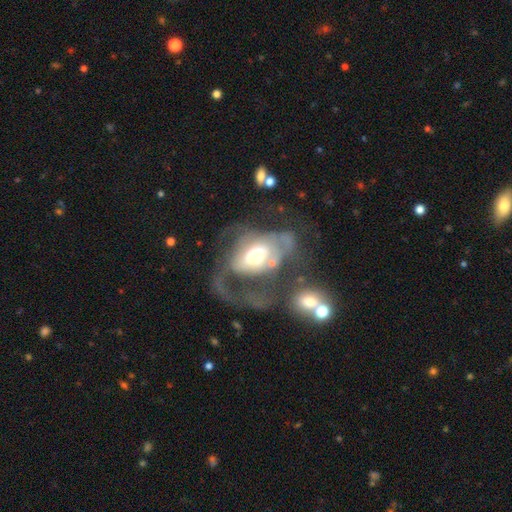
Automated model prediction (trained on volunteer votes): smooth-or-featured: featured or disk: 65% | smooth: 27% | star or artifact: 8%
  disk-edge-on: no: 95% | yes: 5%
    bar: no: 65% | weak: 25% | strong: 10%
    has-spiral-arms: yes: 56% | no: 44%
    bulge-size: moderate: 53% | small: 21% | large: 21% | dominant: 4% | none: 2%
  merging: major disturbance: 53% | merger: 20% | none: 16% | minor disturbance: 11%